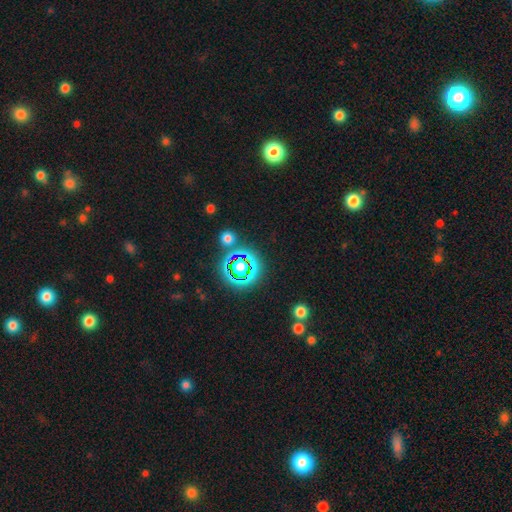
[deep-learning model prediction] Overall: star or artifact (62%; smooth 31%).